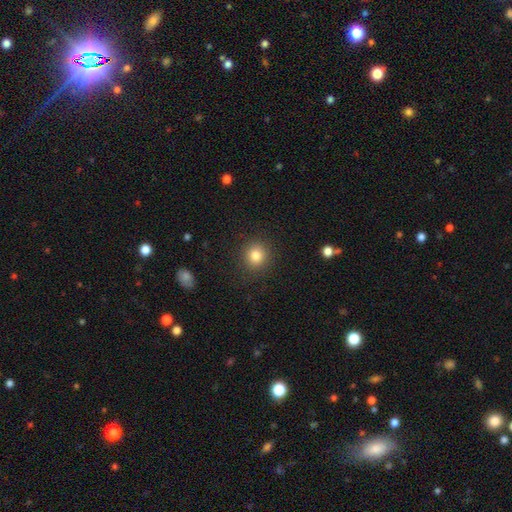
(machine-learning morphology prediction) A smooth galaxy with no disk features (82%) that is round (89%). Merging: none (90%).